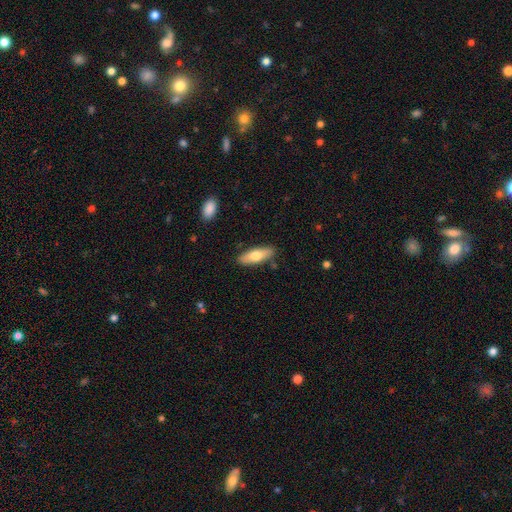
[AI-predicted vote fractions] Smooth or featured: smooth — 69% (featured or disk — 25%)
How rounded: in between — 62% (cigar-shaped — 36%)
Merging: none — 86% (minor disturbance — 10%)